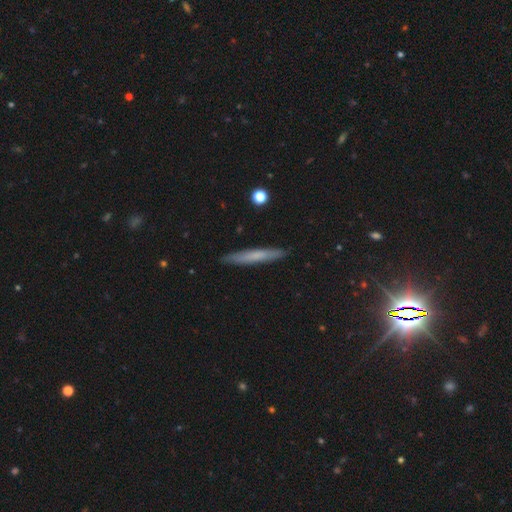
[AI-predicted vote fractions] The model was most divided on "smooth or featured": smooth: 61%, featured or disk: 32%, star or artifact: 7%. More confident: how rounded — cigar-shaped (95%); merging — none (90%).